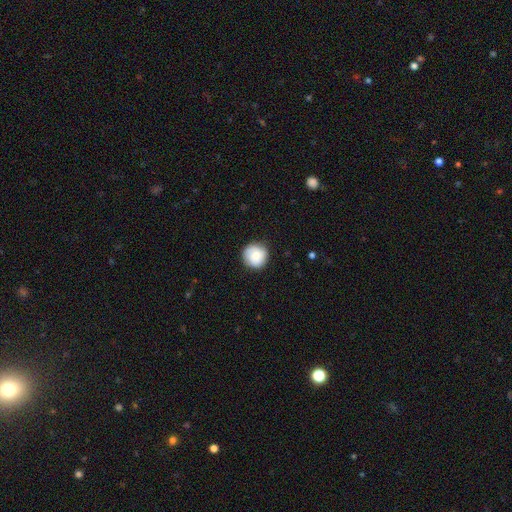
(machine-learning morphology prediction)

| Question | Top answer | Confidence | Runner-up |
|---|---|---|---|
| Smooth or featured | smooth | 76% | featured or disk (17%) |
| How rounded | round | 94% | in between (5%) |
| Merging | none | 86% | minor disturbance (11%) |